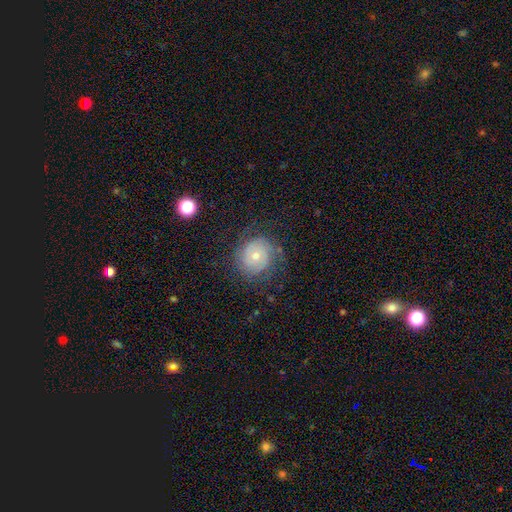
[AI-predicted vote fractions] Smooth or featured: featured or disk — 61% (smooth — 29%)
Edge-on disk: no — 97% (yes — 3%)
Bar: no — 80% (weak — 16%)
Spiral arms: yes — 84% (no — 16%)
Spiral winding: tight — 67% (medium — 24%)
Spiral arm count: can't tell — 38% (2 — 37%)
Bulge size: small — 52% (moderate — 43%)
Merging: none — 71% (minor disturbance — 17%)